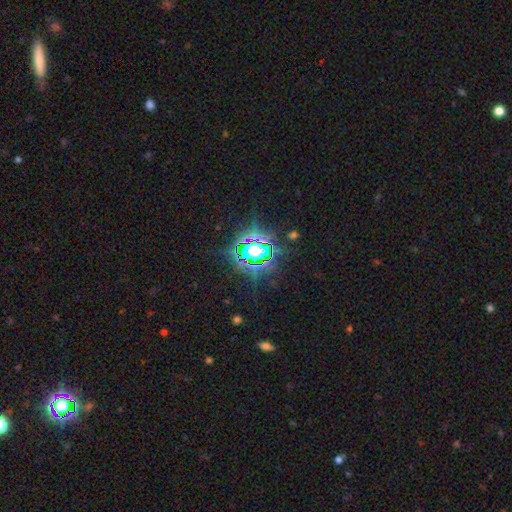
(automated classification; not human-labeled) Smooth or featured: star or artifact — 82% (smooth — 10%)